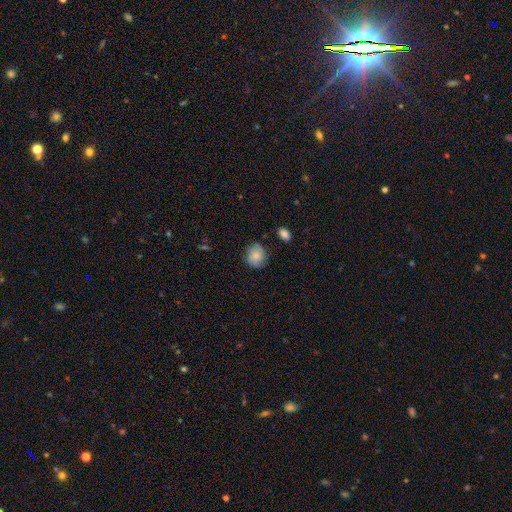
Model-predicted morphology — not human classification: Smooth or featured? smooth (74%)
How rounded? round (77%)
Merging? none (77%)